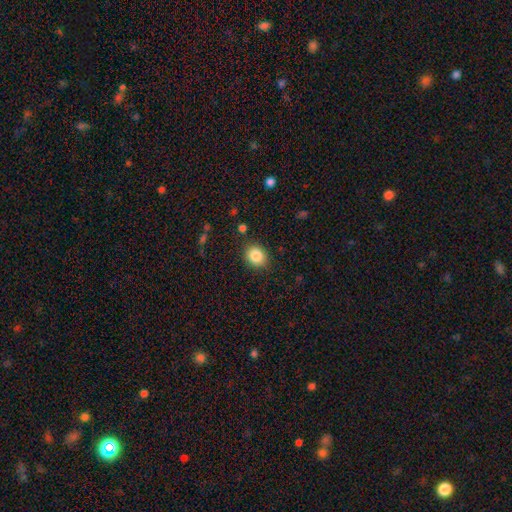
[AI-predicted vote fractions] Smooth or featured?
  - smooth: 85% *
  - star or artifact: 10%
  - featured or disk: 5%
How rounded?
  - round: 65% *
  - in between: 34%
  - cigar-shaped: 1%
Merging?
  - none: 86% *
  - minor disturbance: 9%
  - major disturbance: 3%
  - merger: 2%